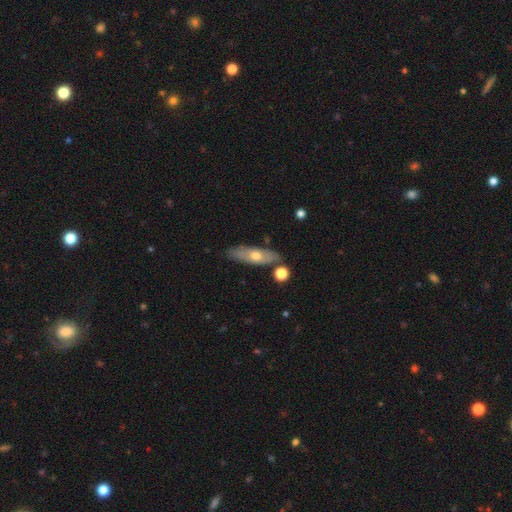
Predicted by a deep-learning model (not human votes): Smooth or featured? smooth (47%)
Merging? none (80%)